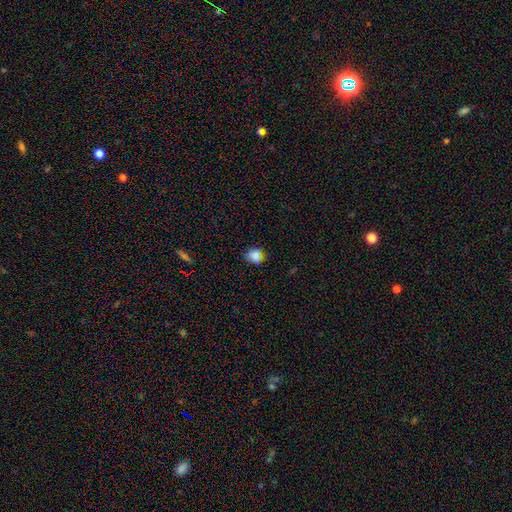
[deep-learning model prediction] Smooth or featured: smooth — 84% (star or artifact — 13%)
How rounded: round — 75% (in between — 24%)
Merging: none — 76% (minor disturbance — 19%)